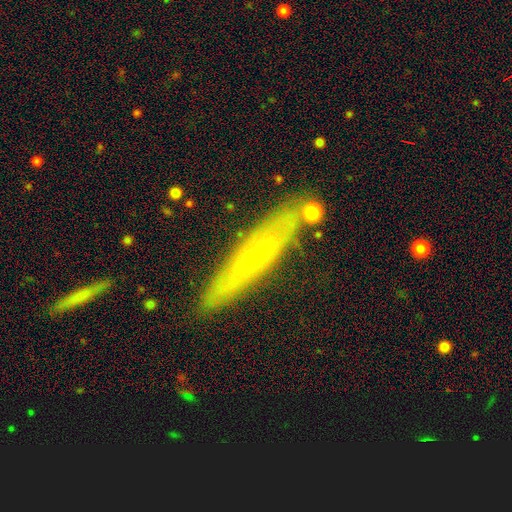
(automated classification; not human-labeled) This appears to be a featured or disk galaxy (61%) viewed edge-on (72%). Merging: none (82%).